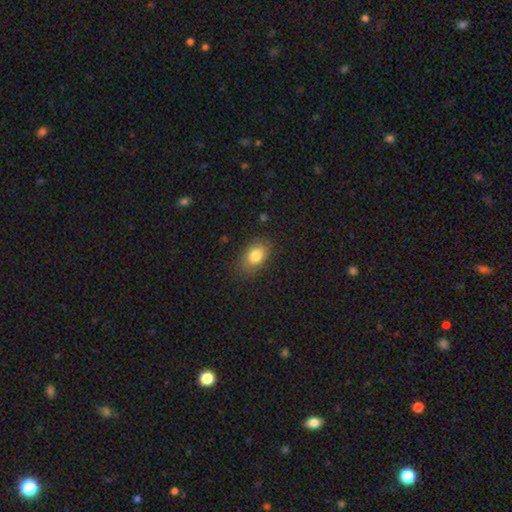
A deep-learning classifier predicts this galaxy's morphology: smooth_or_featured: smooth (p=0.82) [alt: featured or disk p=0.10]
how_rounded: in between (p=0.83) [alt: round p=0.15]
merging: none (p=0.81) [alt: minor disturbance p=0.14]